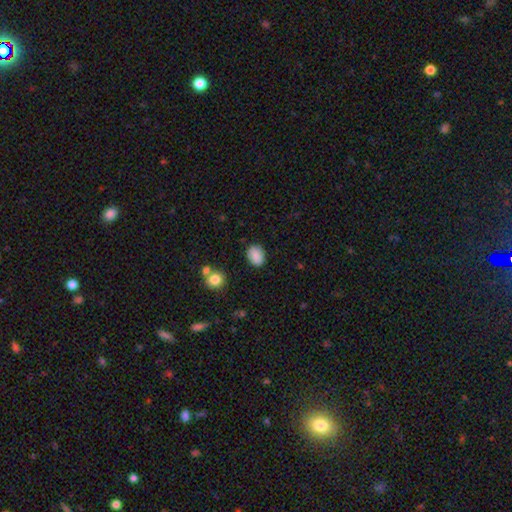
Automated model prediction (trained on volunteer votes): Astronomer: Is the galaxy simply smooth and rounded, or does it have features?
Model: smooth — 87%.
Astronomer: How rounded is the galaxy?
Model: in between — 72%.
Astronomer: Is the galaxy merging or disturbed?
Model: none — 83%.